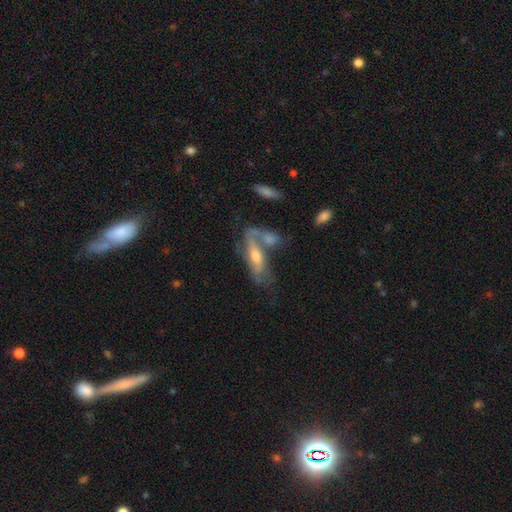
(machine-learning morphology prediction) Smooth or featured? Predicted: featured or disk (p=0.63). Edge-on disk? Predicted: no (p=0.62). Merging? Predicted: none (p=0.37).